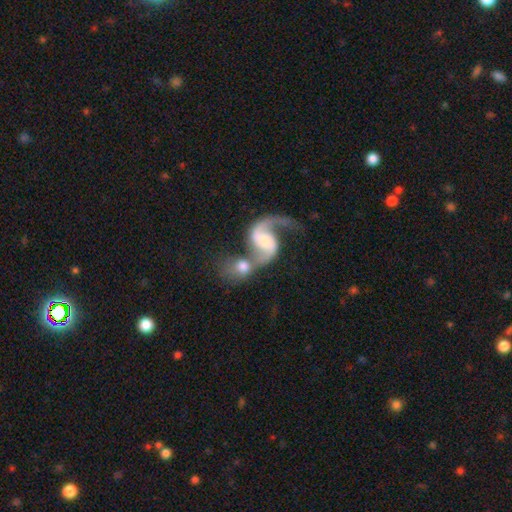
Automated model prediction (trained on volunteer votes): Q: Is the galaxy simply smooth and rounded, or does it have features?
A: featured or disk — 81%.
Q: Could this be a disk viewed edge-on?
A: no — 96%.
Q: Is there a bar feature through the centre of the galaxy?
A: weak — 43%.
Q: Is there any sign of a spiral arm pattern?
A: yes — 90%.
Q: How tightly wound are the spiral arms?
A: loose — 63%.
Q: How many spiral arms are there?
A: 2 — 81%.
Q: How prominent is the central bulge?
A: small — 36%.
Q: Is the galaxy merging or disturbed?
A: merger — 55%.